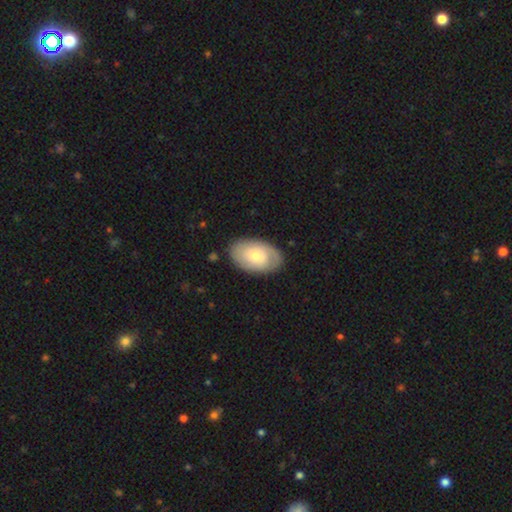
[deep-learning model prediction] Smooth or featured?
  - smooth: 53% *
  - featured or disk: 42%
  - star or artifact: 5%
How rounded?
  - in between: 91% *
  - round: 7%
  - cigar-shaped: 1%
Merging?
  - none: 83% *
  - minor disturbance: 13%
  - major disturbance: 3%
  - merger: 1%